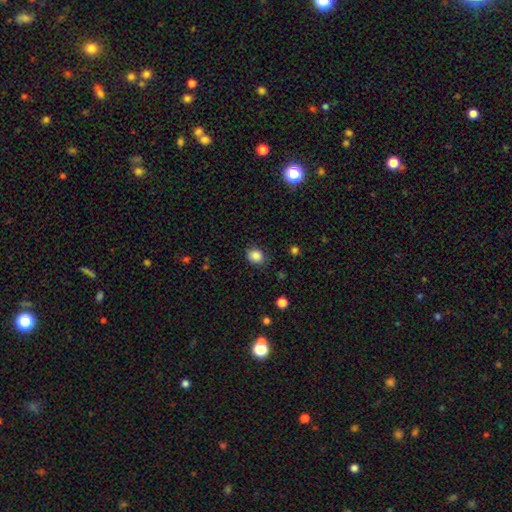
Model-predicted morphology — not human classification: This appears to be a smooth galaxy with no disk features (86%) that is round (64%). Merging: none (85%).